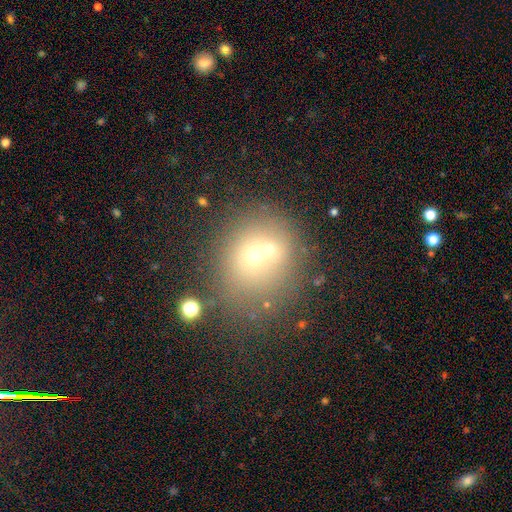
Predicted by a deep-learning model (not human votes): This is possibly a smooth galaxy (57%). How rounded: clearly round (81%). Merging: possibly none (46%).